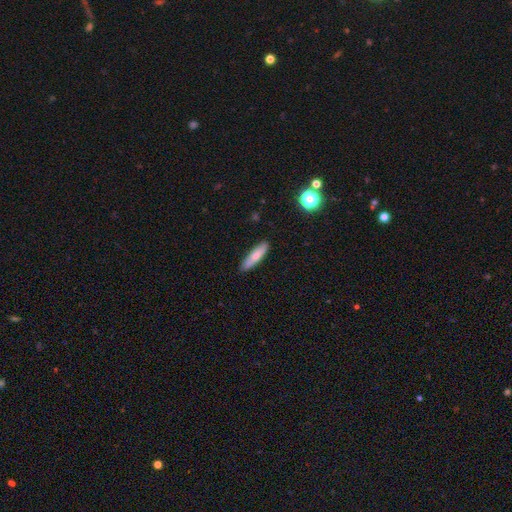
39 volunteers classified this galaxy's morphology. Volunteers were most divided on "how rounded": cigar-shaped: 70%, in between: 27%, round: 3%. More confident: merging — none (84%); smooth or featured — smooth (77%).